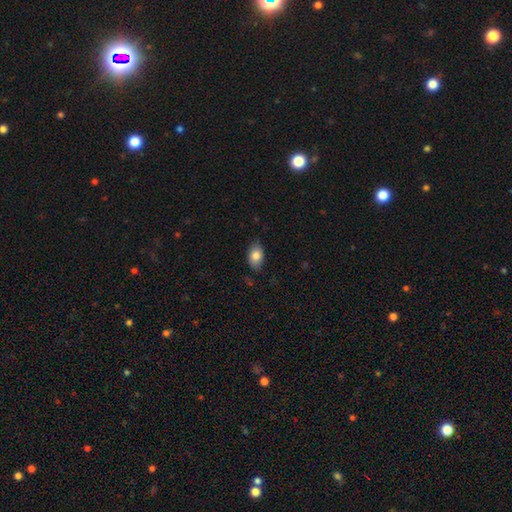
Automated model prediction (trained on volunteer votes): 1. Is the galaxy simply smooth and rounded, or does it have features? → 82% smooth, 10% featured or disk, 8% star or artifact.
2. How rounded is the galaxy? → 88% in between, 10% round, 2% cigar-shaped.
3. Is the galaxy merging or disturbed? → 80% none, 16% minor disturbance, 3% major disturbance, 1% merger.